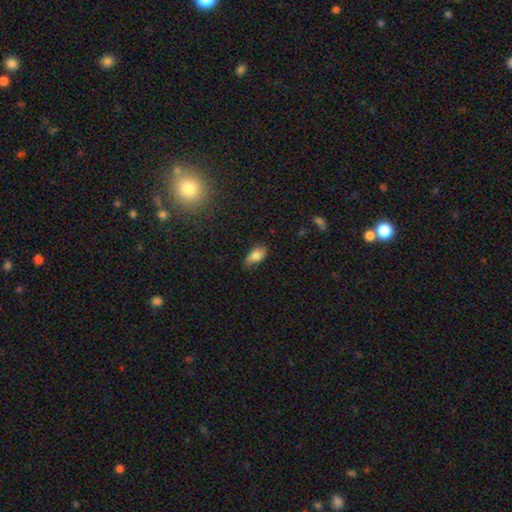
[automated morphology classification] This is likely a smooth galaxy (78%). How rounded: clearly in between (91%). Merging: possibly none (56%).